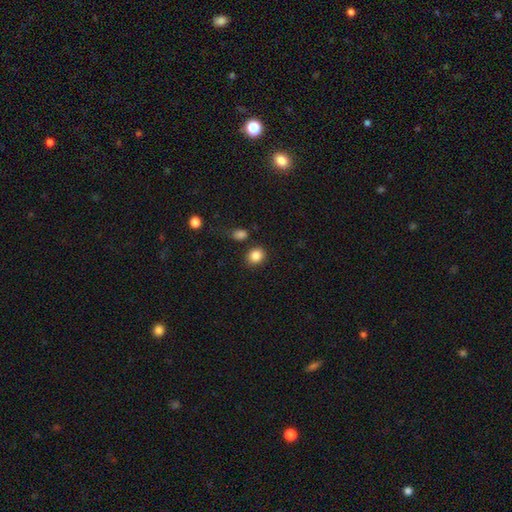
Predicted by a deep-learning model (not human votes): This appears to be a smooth galaxy with no disk features (86%) that is round (70%). Merging: none (83%).